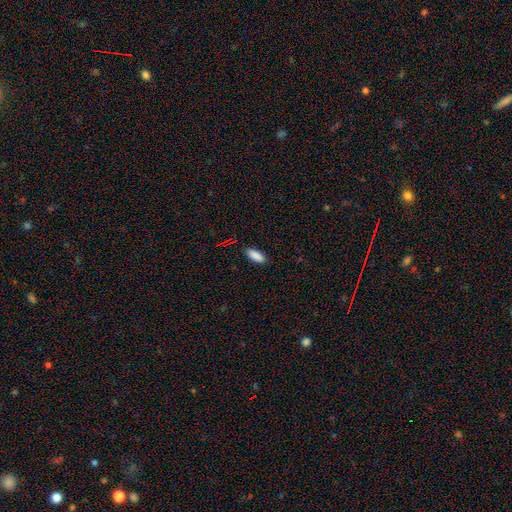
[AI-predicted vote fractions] The model was most divided on "how rounded": in between: 76%, cigar-shaped: 22%, round: 2%. More confident: smooth or featured — smooth (89%); merging — none (87%).